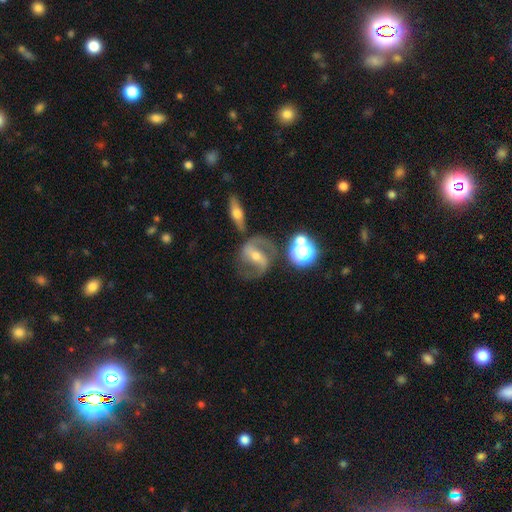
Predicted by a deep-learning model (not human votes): Smooth or featured? featured or disk (81%)
Edge-on disk? no (94%)
Bar? strong (60%)
Spiral arms? yes (92%)
Spiral winding? medium (52%)
Spiral arm count? 2 (89%)
Bulge size? moderate (51%)
Merging? none (67%)